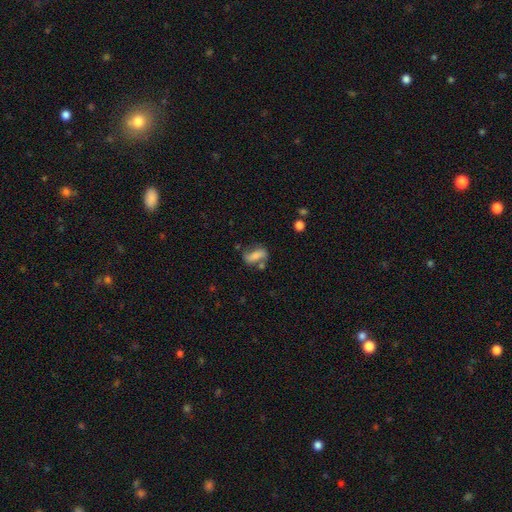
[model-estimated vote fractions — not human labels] smooth_or_featured: smooth (p=0.63) [alt: featured or disk p=0.27]
how_rounded: in between (p=0.72) [alt: cigar-shaped p=0.22]
merging: none (p=0.54) [alt: minor disturbance p=0.22]